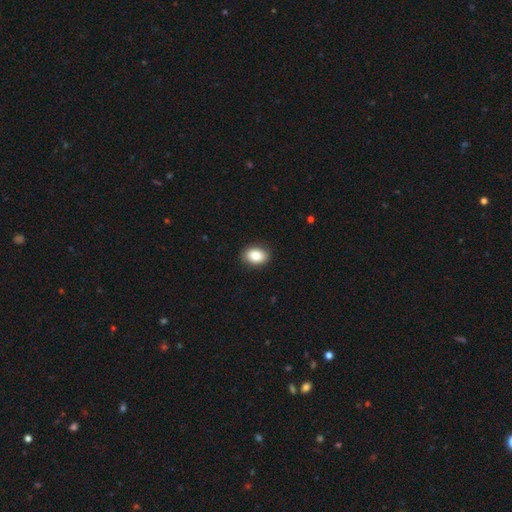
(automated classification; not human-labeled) A smooth galaxy with no disk features (83%) that is in between round and cigar-shaped (79%). Merging: none (89%).